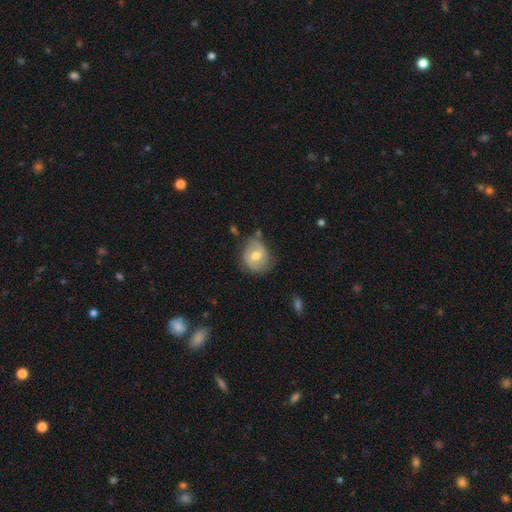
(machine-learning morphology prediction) smooth 48%, featured or disk 44%, star or artifact 7%. Down the decision tree: merging — none (63%).